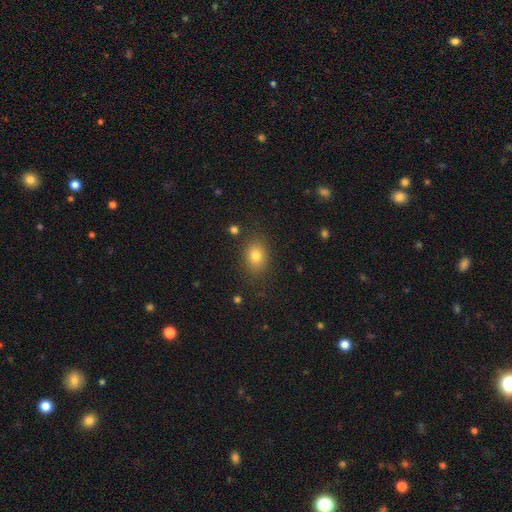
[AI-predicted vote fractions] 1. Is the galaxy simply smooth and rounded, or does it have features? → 78% smooth, 12% star or artifact, 9% featured or disk.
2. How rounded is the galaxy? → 61% in between, 37% round, 1% cigar-shaped.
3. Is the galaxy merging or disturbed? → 83% none, 11% minor disturbance, 4% major disturbance, 2% merger.